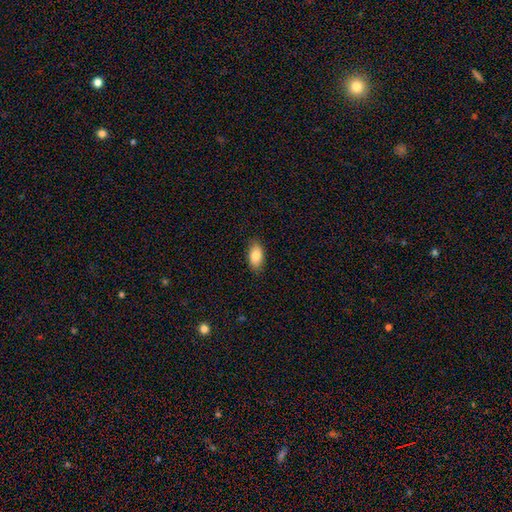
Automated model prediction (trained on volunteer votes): Smooth or featured?
  - smooth: 84% *
  - featured or disk: 9%
  - star or artifact: 7%
How rounded?
  - in between: 93% *
  - round: 4%
  - cigar-shaped: 3%
Merging?
  - none: 86% *
  - minor disturbance: 10%
  - major disturbance: 2%
  - merger: 1%